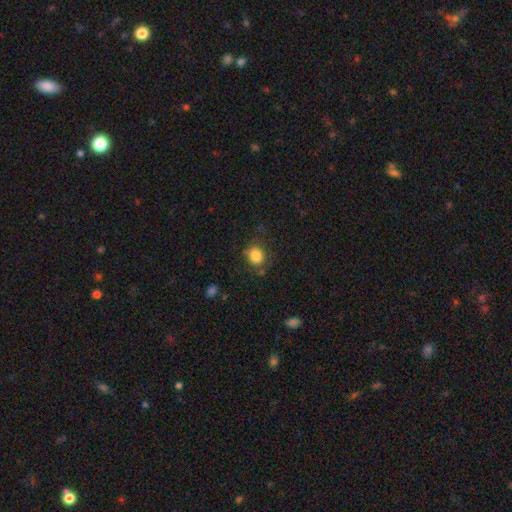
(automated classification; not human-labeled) smooth 84%, star or artifact 11%, featured or disk 5%. Down the decision tree: how rounded — round (70%); merging — none (75%).